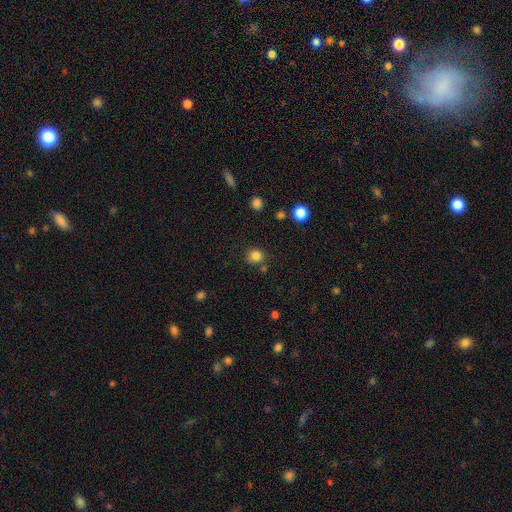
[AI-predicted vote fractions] smooth_or_featured: smooth (p=0.83) [alt: star or artifact p=0.12]
how_rounded: round (p=0.88) [alt: in between p=0.11]
merging: none (p=0.80) [alt: minor disturbance p=0.10]